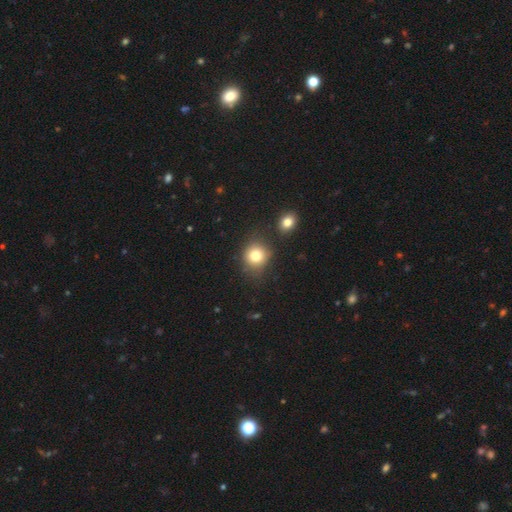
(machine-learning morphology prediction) Smooth or featured?
  - smooth: 79% *
  - star or artifact: 12%
  - featured or disk: 9%
How rounded?
  - round: 81% *
  - in between: 18%
  - cigar-shaped: 1%
Merging?
  - none: 74% *
  - minor disturbance: 13%
  - merger: 8%
  - major disturbance: 5%